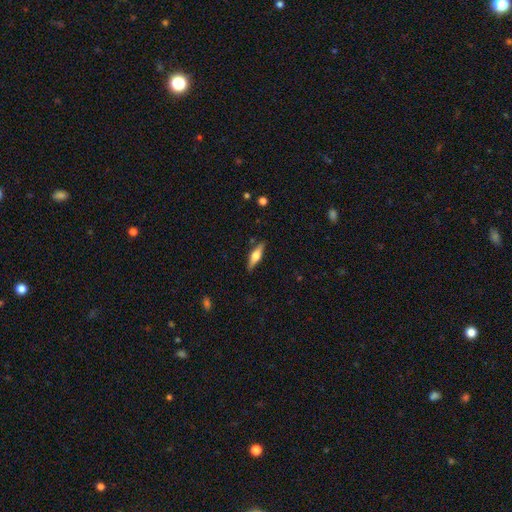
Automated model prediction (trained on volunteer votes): Smooth or featured?
  - featured or disk: 58% *
  - smooth: 36%
  - star or artifact: 6%
Edge-on disk?
  - yes: 95% *
  - no: 5%
Edge-on bulge?
  - rounded: 91% *
  - boxy: 7%
  - none: 2%
Merging?
  - none: 87% *
  - minor disturbance: 9%
  - major disturbance: 2%
  - merger: 1%